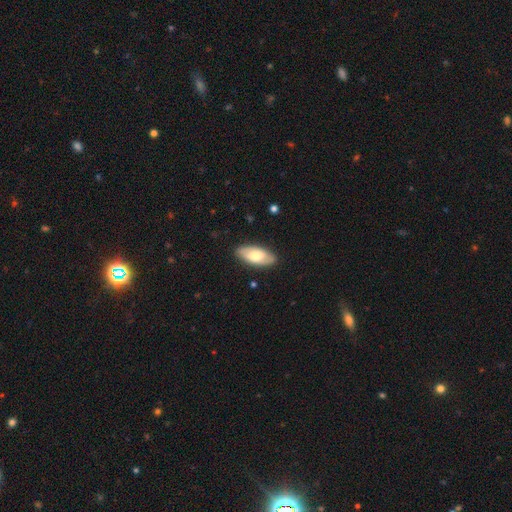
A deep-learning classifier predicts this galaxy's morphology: Smooth or featured? smooth (65%)
How rounded? in between (87%)
Merging? none (86%)